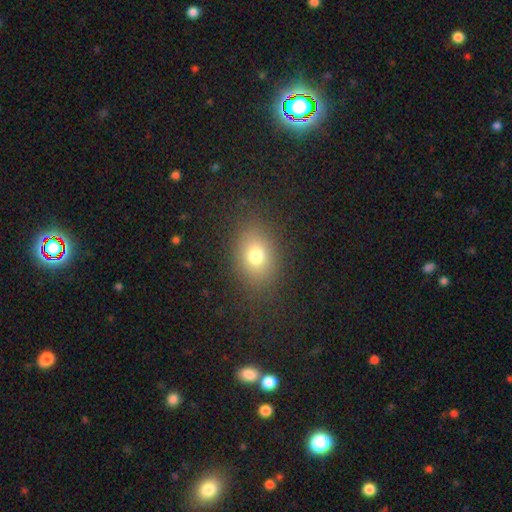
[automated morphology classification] Smooth or featured? smooth (75%)
How rounded? in between (63%)
Merging? none (84%)